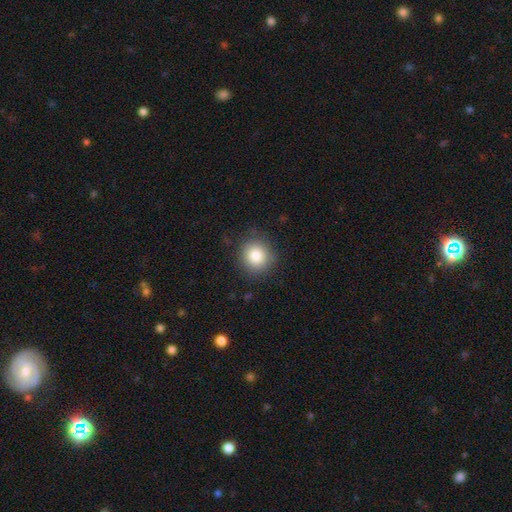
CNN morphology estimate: smooth-or-featured: smooth: 84% | star or artifact: 10% | featured or disk: 6%
  how-rounded: round: 88% | in between: 11% | cigar-shaped: 1%
  merging: none: 86% | minor disturbance: 10% | major disturbance: 3% | merger: 1%